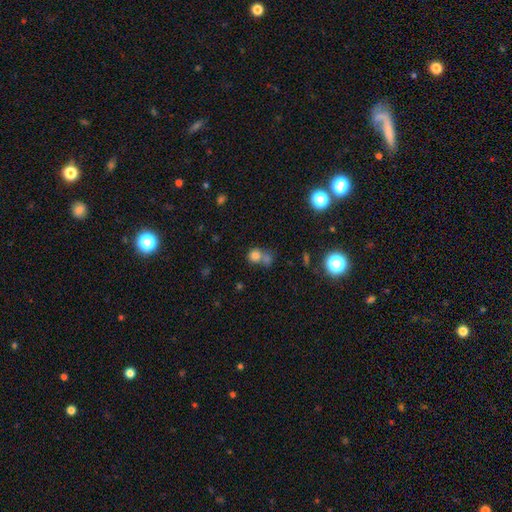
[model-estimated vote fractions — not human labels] A smooth galaxy with no disk features (76%) that is round (79%).

Vote fractions:
- Smooth or featured? smooth: 76% / star or artifact: 15% / featured or disk: 9%
- How rounded? round: 79% / in between: 20% / cigar-shaped: 1%
- Merging? merger: 48% / none: 39% / minor disturbance: 8% / major disturbance: 5%